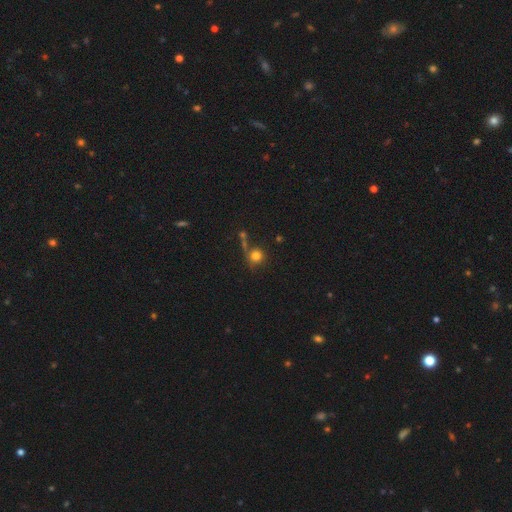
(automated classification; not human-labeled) A smooth galaxy with no disk features (78%) that is round (89%). Merging: none (59%).